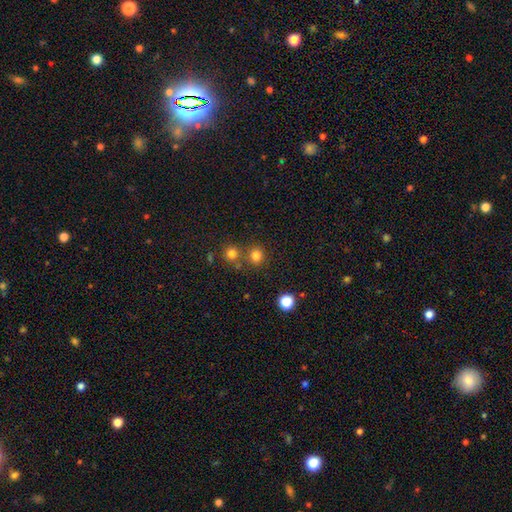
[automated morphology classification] Q: Smooth or featured?
A: smooth (77%); runner-up: star or artifact (17%)
Q: How rounded?
A: round (87%); runner-up: in between (12%)
Q: Merging?
A: none (70%); runner-up: merger (19%)